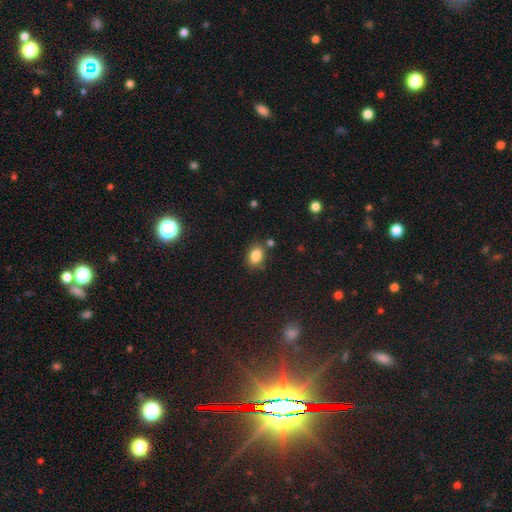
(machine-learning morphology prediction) This is clearly a smooth galaxy (84%). How rounded: likely in between (76%). Merging: likely none (78%).